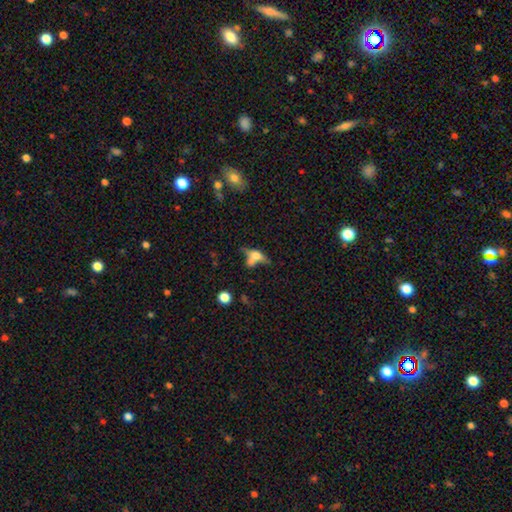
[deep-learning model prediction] A smooth galaxy with no disk features (44%).

Vote fractions:
- Smooth or featured? smooth: 44% / featured or disk: 43% / star or artifact: 13%
- Merging? none: 41% / merger: 31% / minor disturbance: 15% / major disturbance: 12%